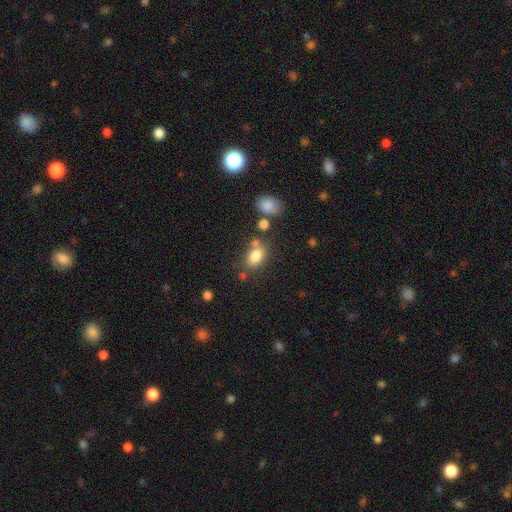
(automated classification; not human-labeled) Q: Smooth or featured?
A: smooth (81%); runner-up: star or artifact (10%)
Q: How rounded?
A: in between (76%); runner-up: round (22%)
Q: Merging?
A: none (60%); runner-up: merger (17%)